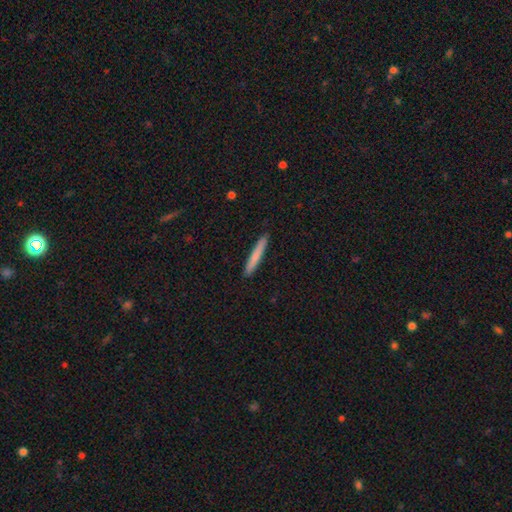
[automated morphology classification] Smooth or featured: smooth — 75% (featured or disk — 19%)
How rounded: cigar-shaped — 96% (in between — 3%)
Merging: none — 91% (minor disturbance — 6%)